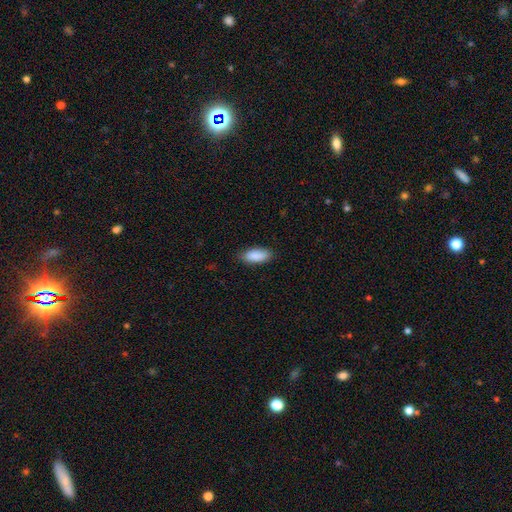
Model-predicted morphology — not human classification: Smooth or featured? smooth (90%)
How rounded? in between (84%)
Merging? none (83%)